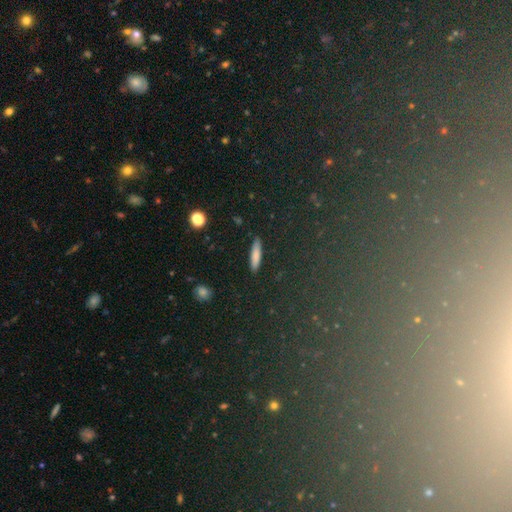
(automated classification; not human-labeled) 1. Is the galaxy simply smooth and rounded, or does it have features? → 79% smooth, 14% featured or disk, 8% star or artifact.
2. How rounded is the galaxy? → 85% cigar-shaped, 13% in between, 2% round.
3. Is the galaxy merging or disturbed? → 89% none, 8% minor disturbance, 2% major disturbance, 1% merger.